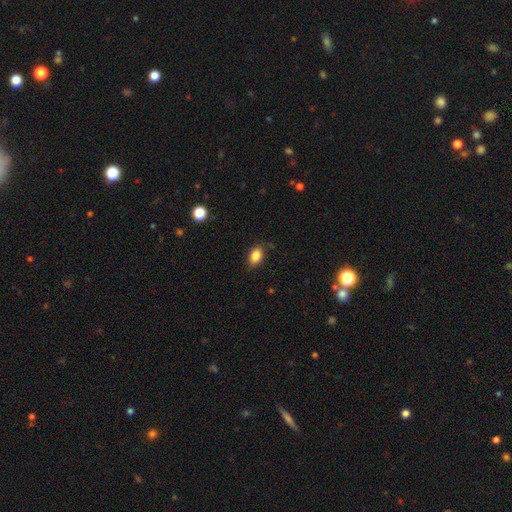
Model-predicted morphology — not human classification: smooth-or-featured: smooth: 86% | star or artifact: 9% | featured or disk: 6%
  how-rounded: in between: 84% | round: 14% | cigar-shaped: 2%
  merging: none: 83% | minor disturbance: 13% | major disturbance: 3% | merger: 1%